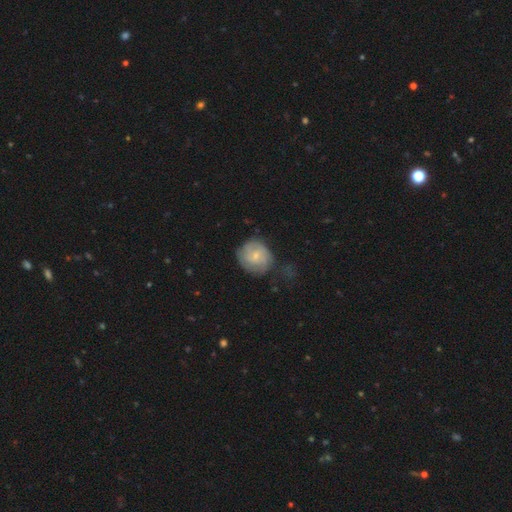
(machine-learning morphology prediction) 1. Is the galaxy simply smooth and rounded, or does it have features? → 53% featured or disk, 41% smooth, 7% star or artifact.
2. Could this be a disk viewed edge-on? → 98% no, 2% yes.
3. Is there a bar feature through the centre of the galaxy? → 59% no, 37% weak, 5% strong.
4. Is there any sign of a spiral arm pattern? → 84% yes, 16% no.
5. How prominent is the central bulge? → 66% small, 27% moderate, 5% none, 1% large, 1% dominant.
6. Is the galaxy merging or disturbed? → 61% none, 25% minor disturbance, 11% major disturbance, 3% merger.